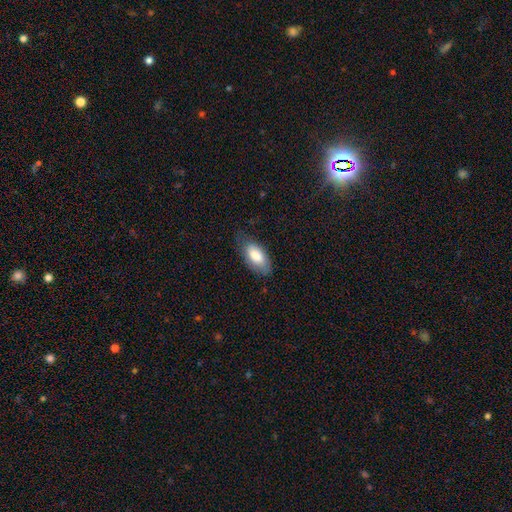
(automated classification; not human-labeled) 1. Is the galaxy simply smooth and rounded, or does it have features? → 79% smooth, 14% featured or disk, 6% star or artifact.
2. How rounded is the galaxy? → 93% in between, 5% cigar-shaped, 2% round.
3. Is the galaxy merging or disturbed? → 66% none, 26% minor disturbance, 7% major disturbance, 1% merger.